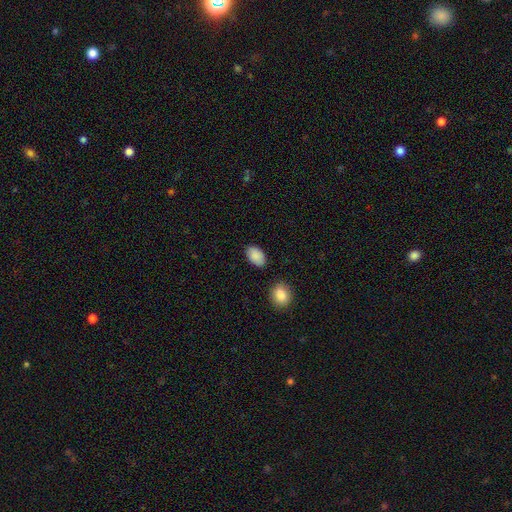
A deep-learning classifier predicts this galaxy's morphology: A smooth galaxy with no disk features (88%) that is in between round and cigar-shaped (91%). Merging: none (83%).